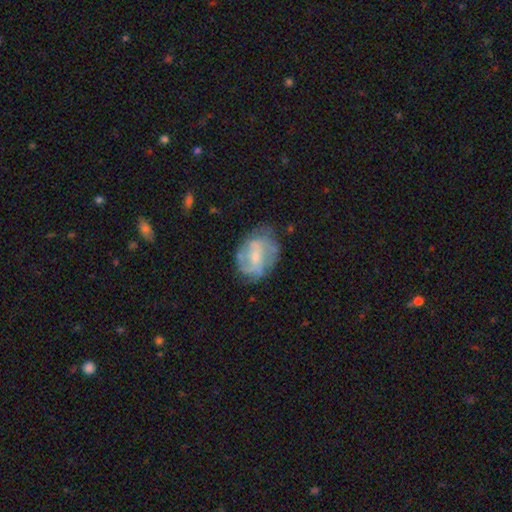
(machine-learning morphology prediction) Overall: featured or disk (63%; smooth 29%). Edge-on disk: no (97%). Bar: weak (44%; no 43%). Spiral arms: yes (64%; no 36%). Bulge size: small (49%; moderate 37%). Merging: none (60%; minor disturbance 25%).